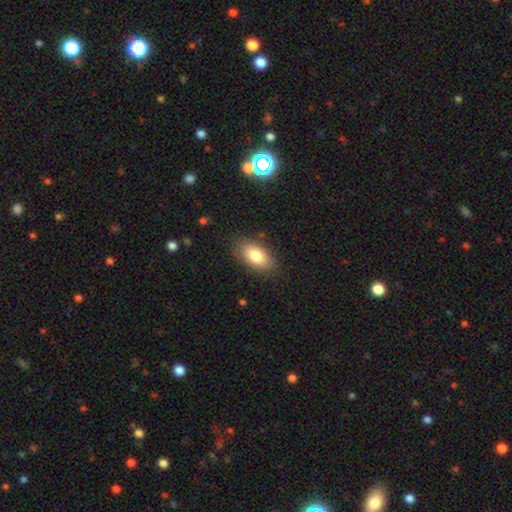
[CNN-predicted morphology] The model was most divided on "smooth or featured": smooth: 80%, featured or disk: 13%, star or artifact: 7%. More confident: how rounded — in between (92%); merging — none (84%).